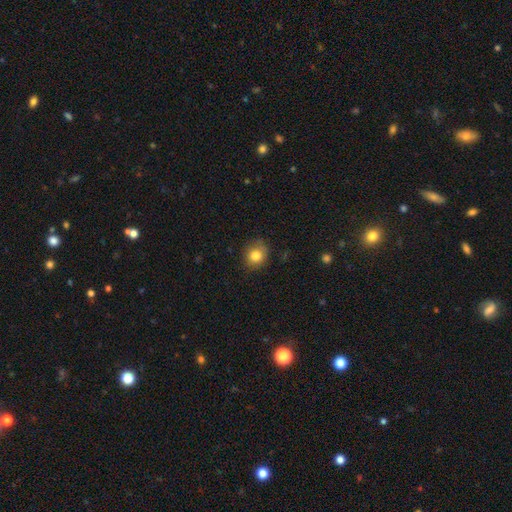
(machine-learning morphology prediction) smooth-or-featured: smooth: 81% | star or artifact: 10% | featured or disk: 9%
  how-rounded: round: 75% | in between: 24% | cigar-shaped: 1%
  merging: none: 73% | minor disturbance: 20% | major disturbance: 5% | merger: 1%